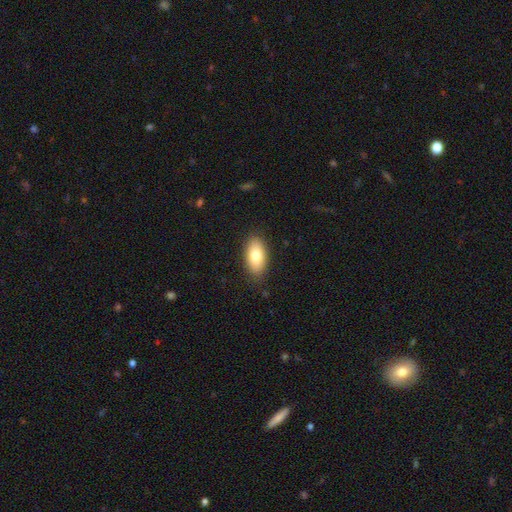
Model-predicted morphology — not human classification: This is clearly a smooth galaxy (81%). How rounded: clearly in between (92%). Merging: clearly none (85%).